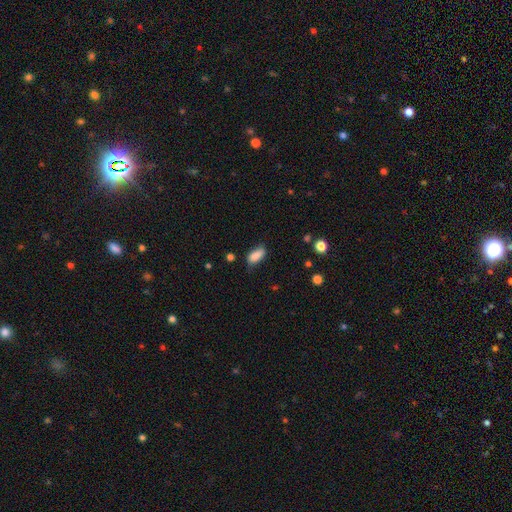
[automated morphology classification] Smooth or featured? smooth (85%)
How rounded? in between (82%)
Merging? none (63%)